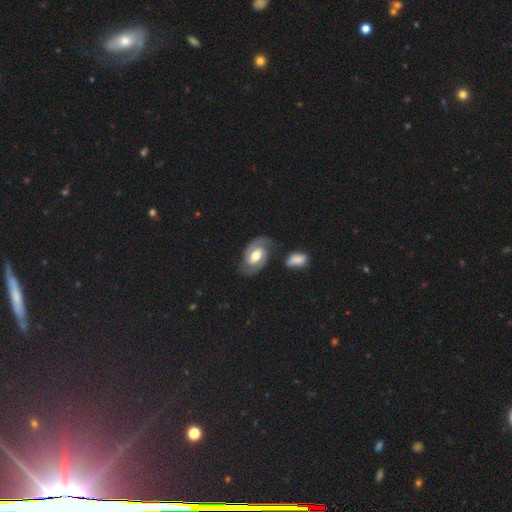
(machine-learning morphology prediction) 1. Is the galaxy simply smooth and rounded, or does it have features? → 79% featured or disk, 16% smooth, 5% star or artifact.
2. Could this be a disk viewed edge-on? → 97% no, 3% yes.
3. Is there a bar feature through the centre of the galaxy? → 45% weak, 32% no, 23% strong.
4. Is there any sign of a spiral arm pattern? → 92% yes, 8% no.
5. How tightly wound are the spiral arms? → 47% medium, 40% tight, 13% loose.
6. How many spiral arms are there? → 90% 2, 5% can't tell, 3% 1, 1% 3, 1% 4, 1% more than 4.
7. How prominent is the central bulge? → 69% moderate, 18% large, 10% small, 1% dominant, 1% none.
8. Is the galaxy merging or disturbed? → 74% none, 14% minor disturbance, 6% merger, 6% major disturbance.